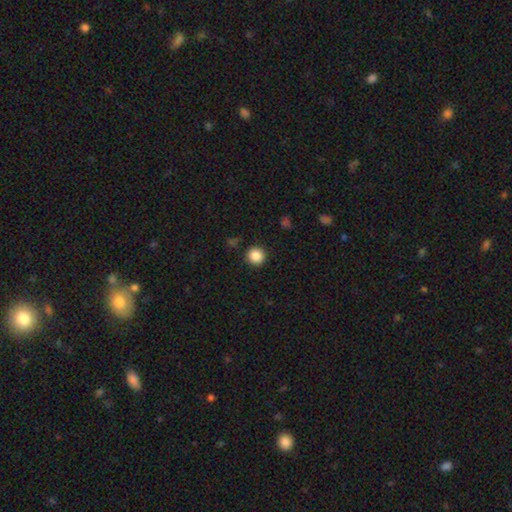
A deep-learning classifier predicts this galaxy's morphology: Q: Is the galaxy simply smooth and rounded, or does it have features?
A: smooth — 87%.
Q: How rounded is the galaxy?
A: round — 95%.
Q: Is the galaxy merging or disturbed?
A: none — 91%.